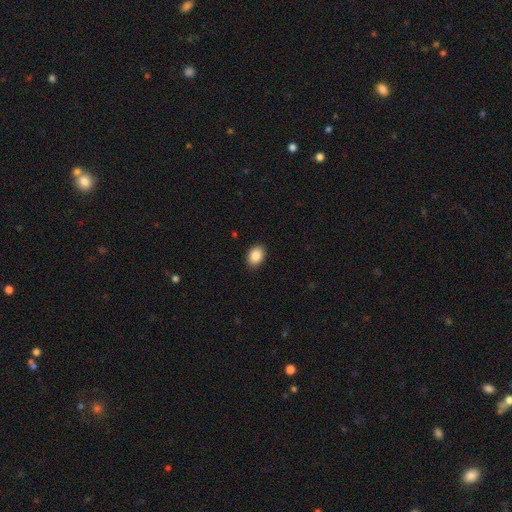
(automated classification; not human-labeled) A smooth galaxy with no disk features (88%) that is in between round and cigar-shaped (79%). Merging: none (90%).